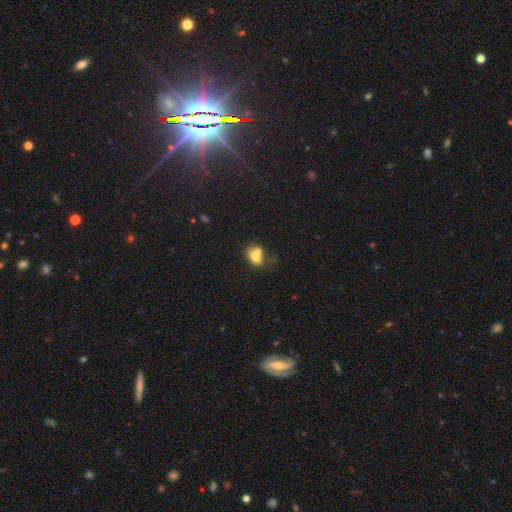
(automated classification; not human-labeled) This is likely a smooth galaxy (71%). How rounded: likely in between (64%). Merging: possibly merger (47%).